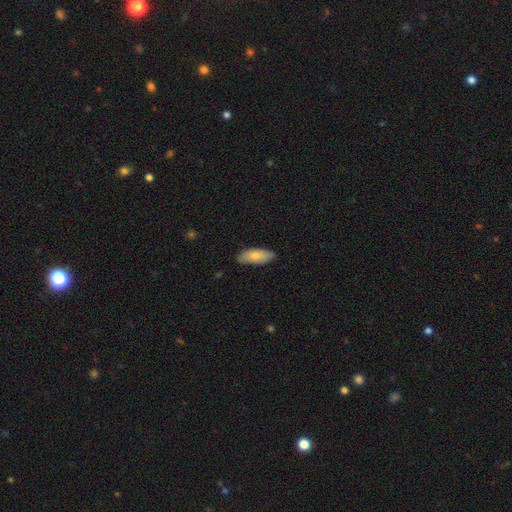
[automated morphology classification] A smooth galaxy with no disk features (75%) that is in between round and cigar-shaped (81%).

Vote fractions:
- Smooth or featured? smooth: 75% / featured or disk: 19% / star or artifact: 6%
- How rounded? in between: 81% / cigar-shaped: 17% / round: 2%
- Merging? none: 83% / minor disturbance: 14% / major disturbance: 2% / merger: 1%